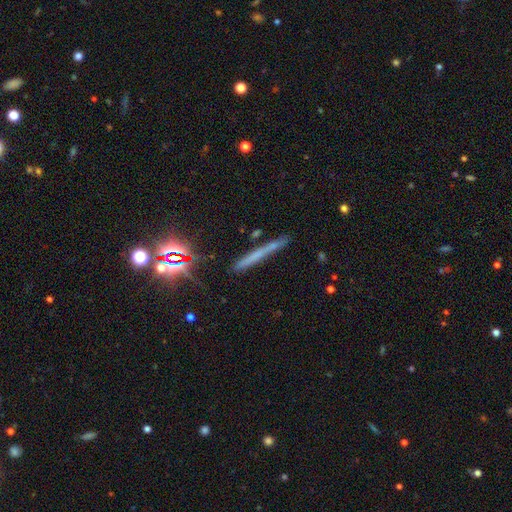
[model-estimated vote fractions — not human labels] The model was most divided on "smooth or featured": smooth: 49%, featured or disk: 33%, star or artifact: 19%. More confident: merging — none (82%).